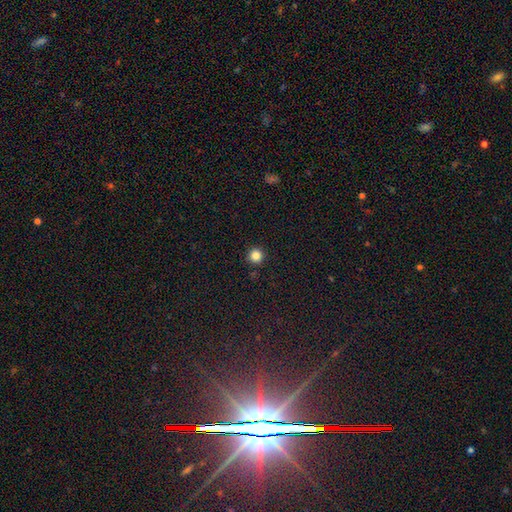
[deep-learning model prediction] smooth-or-featured: smooth: 84% | star or artifact: 12% | featured or disk: 4%
  how-rounded: round: 96% | in between: 3% | cigar-shaped: 1%
  merging: none: 93% | minor disturbance: 5% | major disturbance: 1% | merger: 1%